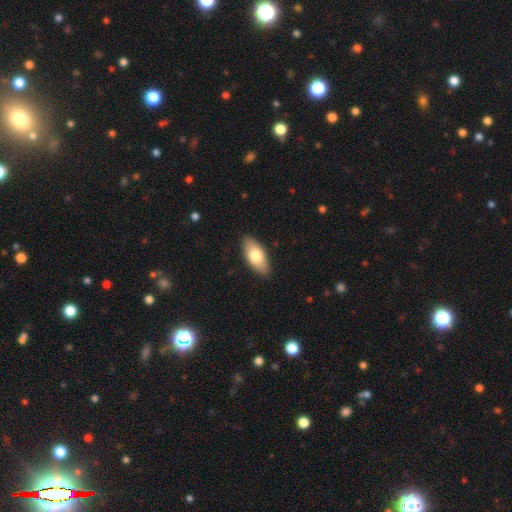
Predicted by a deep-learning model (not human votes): Smooth or featured: smooth — 72% (featured or disk — 22%)
How rounded: in between — 88% (cigar-shaped — 9%)
Merging: none — 88% (minor disturbance — 9%)